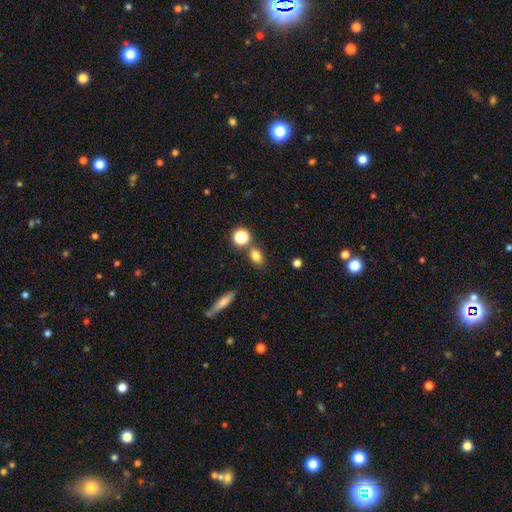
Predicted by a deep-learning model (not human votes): smooth_or_featured: smooth (p=0.79) [alt: star or artifact p=0.13]
how_rounded: in between (p=0.65) [alt: round p=0.30]
merging: none (p=0.72) [alt: merger p=0.14]